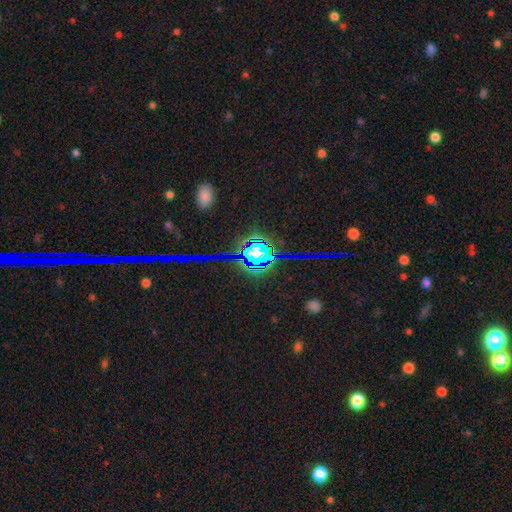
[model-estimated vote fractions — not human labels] Smooth or featured: star or artifact — 71% (smooth — 16%)